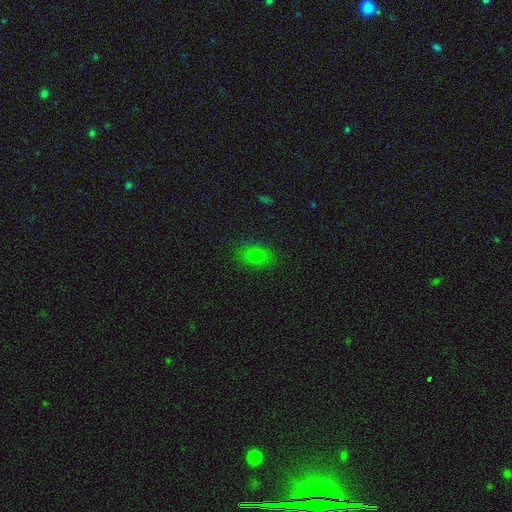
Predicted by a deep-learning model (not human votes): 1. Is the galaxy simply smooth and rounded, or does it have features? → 74% smooth, 15% star or artifact, 11% featured or disk.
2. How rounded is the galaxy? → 65% in between, 33% round, 2% cigar-shaped.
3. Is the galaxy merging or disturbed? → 80% none, 15% minor disturbance, 4% major disturbance, 1% merger.